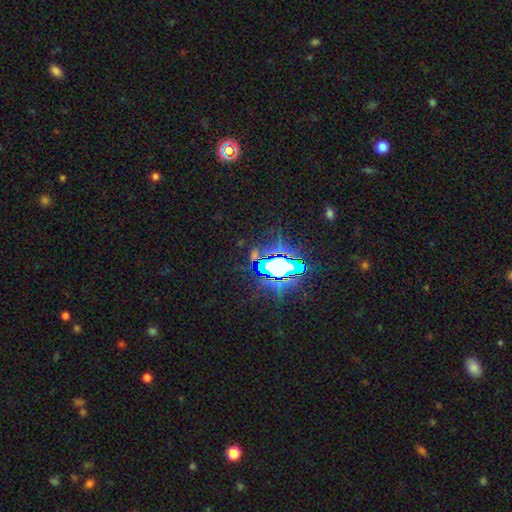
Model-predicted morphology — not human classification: smooth_or_featured: star or artifact (p=0.73) [alt: smooth p=0.15]